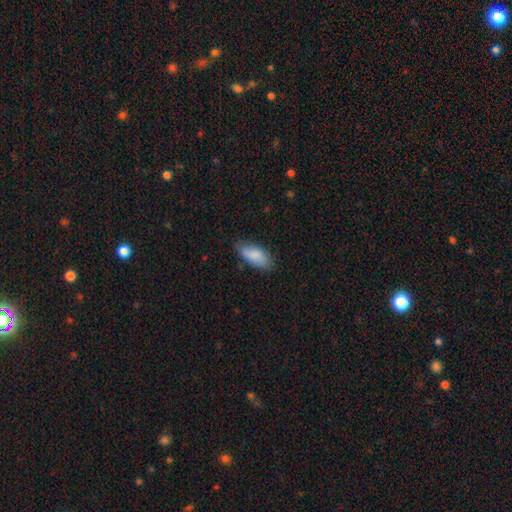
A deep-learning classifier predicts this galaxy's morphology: A smooth galaxy with no disk features (87%) that is in between round and cigar-shaped (87%).

Vote fractions:
- Smooth or featured? smooth: 87% / featured or disk: 7% / star or artifact: 6%
- How rounded? in between: 87% / cigar-shaped: 11% / round: 2%
- Merging? none: 74% / minor disturbance: 21% / major disturbance: 4% / merger: 1%